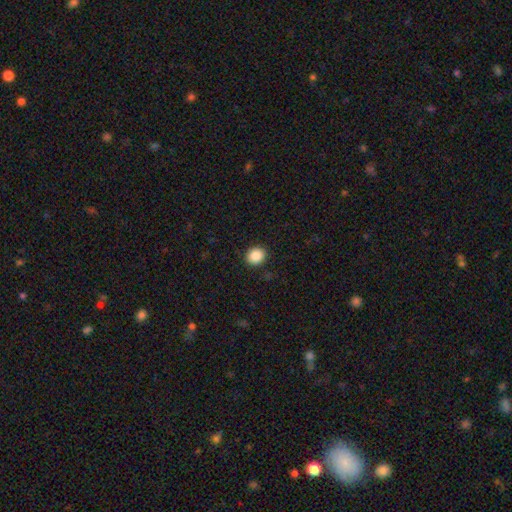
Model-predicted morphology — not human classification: Q: Smooth or featured?
A: smooth (87%); runner-up: star or artifact (9%)
Q: How rounded?
A: round (78%); runner-up: in between (22%)
Q: Merging?
A: none (91%); runner-up: minor disturbance (6%)